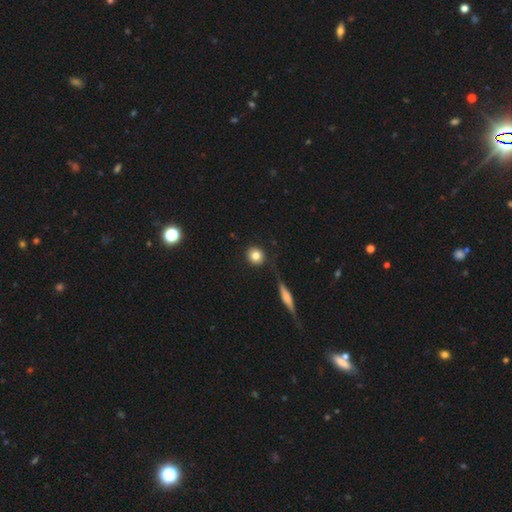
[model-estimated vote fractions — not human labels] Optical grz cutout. It shows a smooth galaxy with no disk features (81%) that is round (89%). Merging: none (86%).